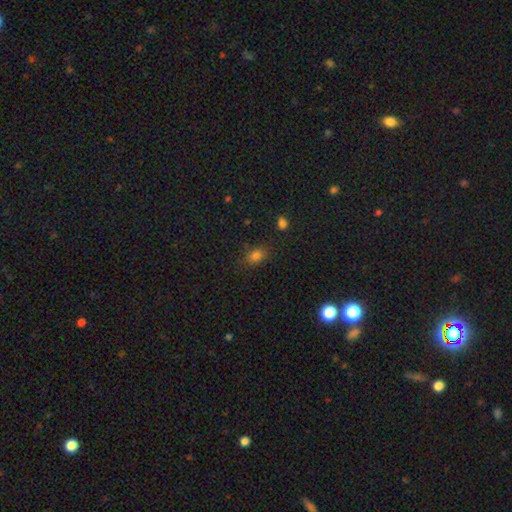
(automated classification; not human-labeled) Smooth or featured: smooth — 77% (star or artifact — 17%)
How rounded: in between — 71% (round — 27%)
Merging: none — 80% (minor disturbance — 14%)